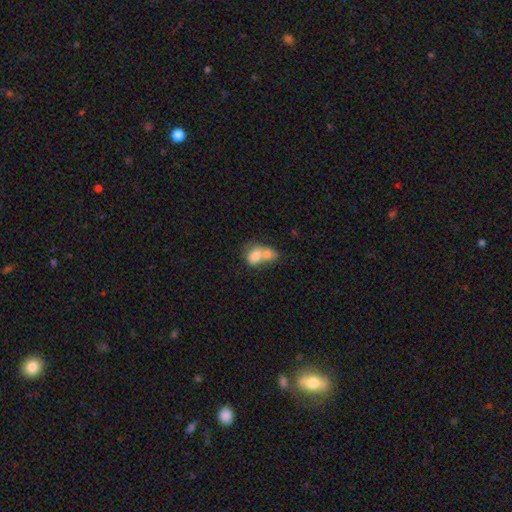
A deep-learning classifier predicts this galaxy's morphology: A smooth galaxy with no disk features (75%) that is in between round and cigar-shaped (58%).

Vote fractions:
- Smooth or featured? smooth: 75% / featured or disk: 17% / star or artifact: 8%
- How rounded? in between: 58% / round: 40% / cigar-shaped: 2%
- Merging? merger: 74% / none: 15% / minor disturbance: 6% / major disturbance: 4%